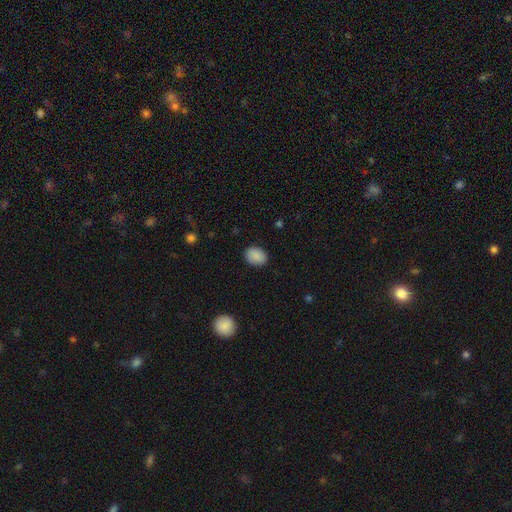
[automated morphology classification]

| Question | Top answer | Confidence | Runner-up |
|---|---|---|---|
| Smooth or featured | smooth | 89% | star or artifact (7%) |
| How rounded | in between | 69% | round (30%) |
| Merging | none | 86% | minor disturbance (10%) |